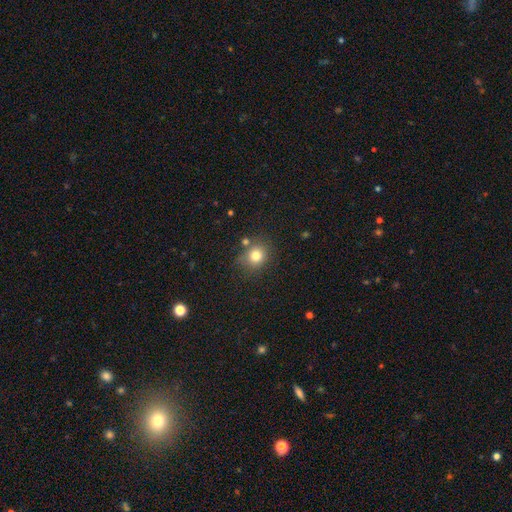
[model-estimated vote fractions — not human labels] The model was most divided on "how rounded": round: 76%, in between: 23%, cigar-shaped: 1%. More confident: smooth or featured — smooth (79%); merging — none (70%).